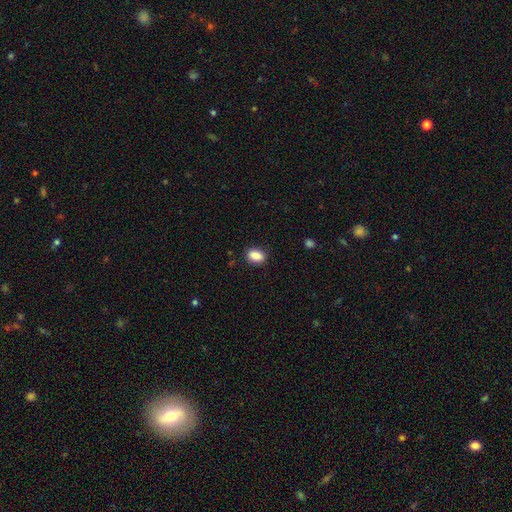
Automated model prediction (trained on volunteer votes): Smooth or featured: smooth — 89% (star or artifact — 8%)
How rounded: in between — 84% (round — 14%)
Merging: none — 87% (minor disturbance — 10%)